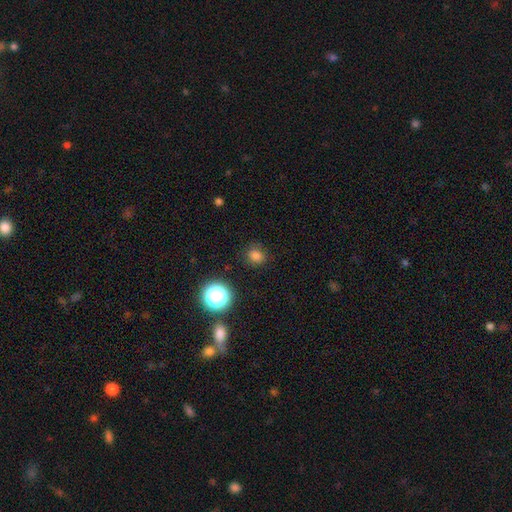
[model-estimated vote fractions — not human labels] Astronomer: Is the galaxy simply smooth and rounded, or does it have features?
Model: smooth — 77%.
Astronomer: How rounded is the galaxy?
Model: round — 76%.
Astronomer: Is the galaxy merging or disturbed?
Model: none — 85%.